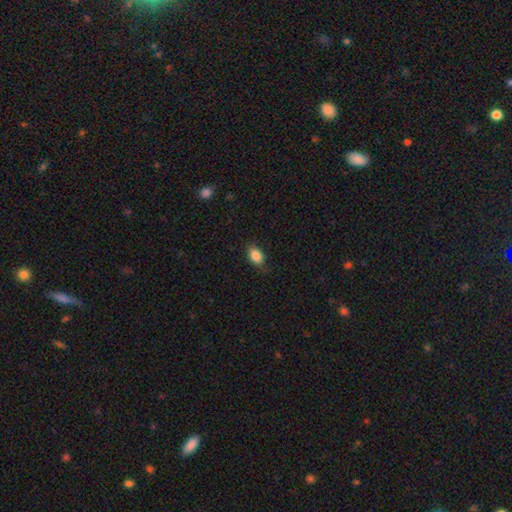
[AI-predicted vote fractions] Smooth or featured? smooth (86%)
How rounded? in between (84%)
Merging? none (80%)